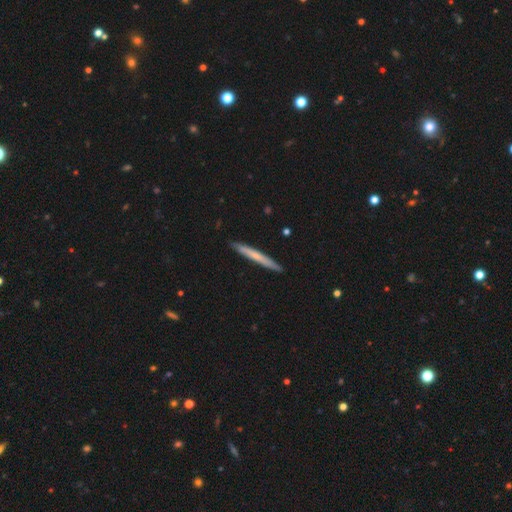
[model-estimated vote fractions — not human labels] Smooth or featured? smooth (56%)
How rounded? cigar-shaped (97%)
Merging? none (91%)